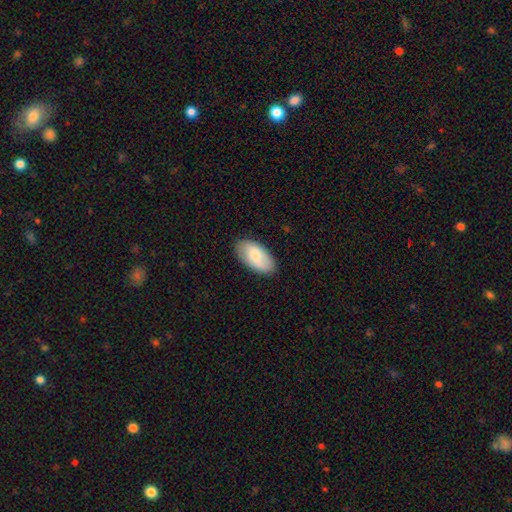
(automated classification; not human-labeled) smooth_or_featured: smooth (p=0.74) [alt: featured or disk p=0.21]
how_rounded: in between (p=0.95) [alt: round p=0.03]
merging: none (p=0.86) [alt: minor disturbance p=0.11]